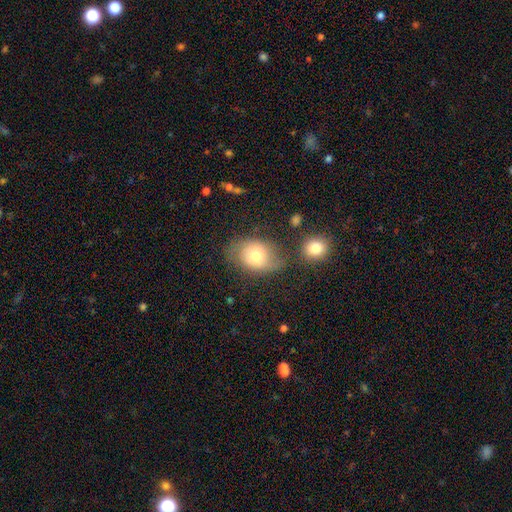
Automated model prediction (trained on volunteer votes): smooth 65%, featured or disk 25%, star or artifact 9%. Down the decision tree: how rounded — in between (70%); merging — none (55%).